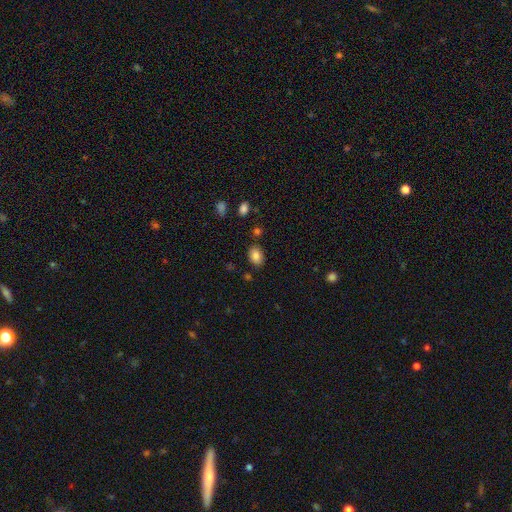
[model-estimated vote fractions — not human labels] smooth 84%, star or artifact 9%, featured or disk 7%. Down the decision tree: how rounded — in between (80%); merging — none (81%).